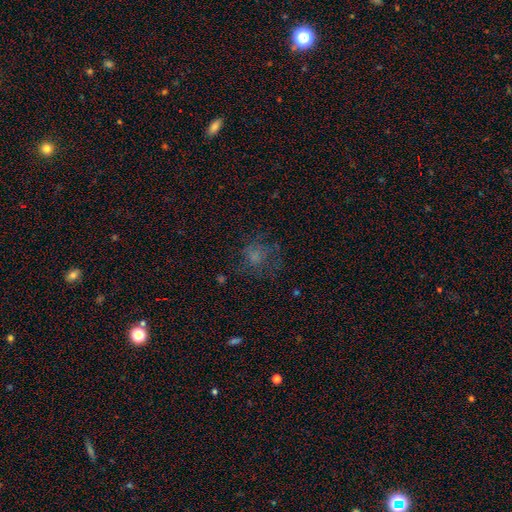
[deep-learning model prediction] Smooth or featured?
  - smooth: 55% *
  - star or artifact: 23%
  - featured or disk: 22%
How rounded?
  - round: 73% *
  - in between: 26%
  - cigar-shaped: 1%
Merging?
  - none: 54% *
  - major disturbance: 25%
  - minor disturbance: 19%
  - merger: 2%